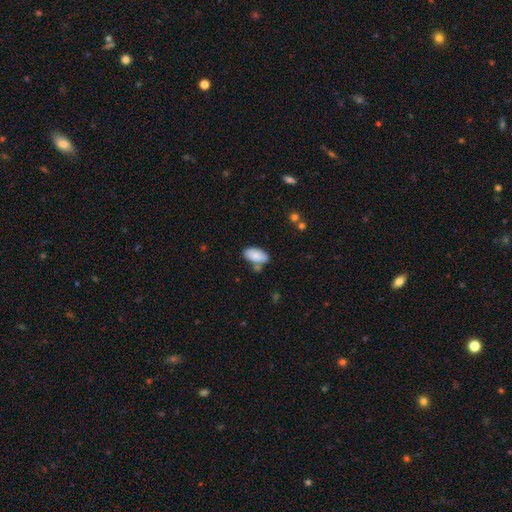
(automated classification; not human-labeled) smooth 86%, featured or disk 7%, star or artifact 7%. Down the decision tree: how rounded — in between (94%); merging — none (66%).